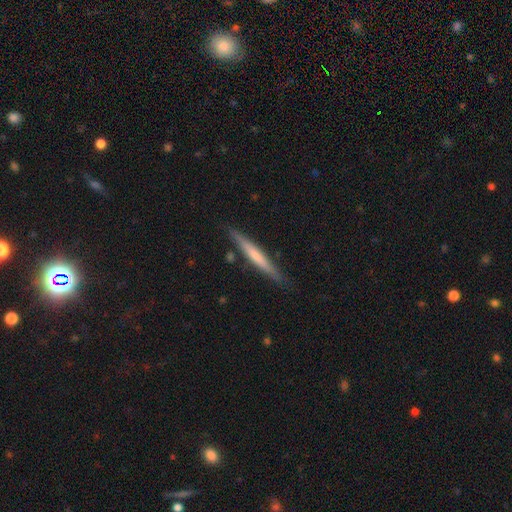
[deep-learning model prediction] Smooth or featured?
  - smooth: 50% *
  - featured or disk: 45%
  - star or artifact: 5%
Merging?
  - none: 85% *
  - minor disturbance: 11%
  - merger: 2%
  - major disturbance: 2%